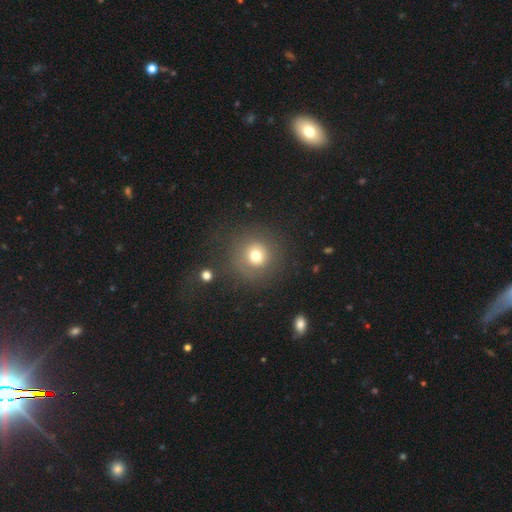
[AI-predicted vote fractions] Smooth or featured? Predicted: smooth (p=0.71). How rounded? Predicted: round (p=0.93). Merging? Predicted: none (p=0.80).